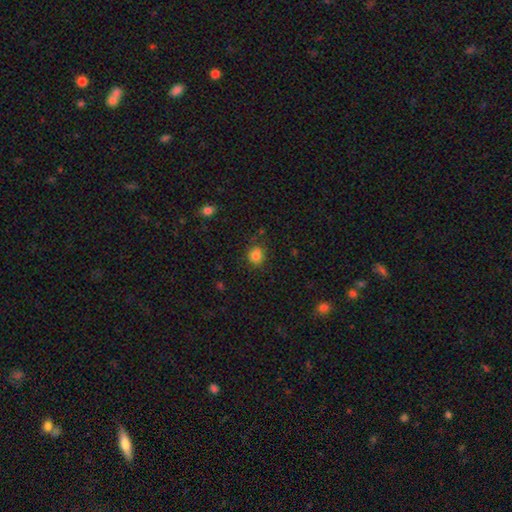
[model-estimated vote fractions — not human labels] Smooth or featured: smooth — 82% (star or artifact — 12%)
How rounded: round — 74% (in between — 25%)
Merging: none — 79% (minor disturbance — 15%)